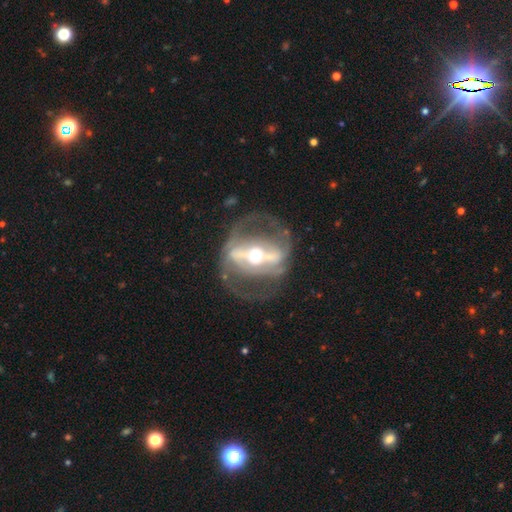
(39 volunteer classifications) Smooth or featured: featured or disk — 79% (smooth — 18%)
Edge-on disk: no — 94% (yes — 6%)
Bar: strong — 55% (no — 28%)
Spiral arms: yes — 52% (no — 48%)
Spiral winding: medium — 53% (tight — 40%)
Spiral arm count: 2 — 73% (can't tell — 13%)
Bulge size: moderate — 69% (small — 21%)
Merging: none — 55% (major disturbance — 29%)